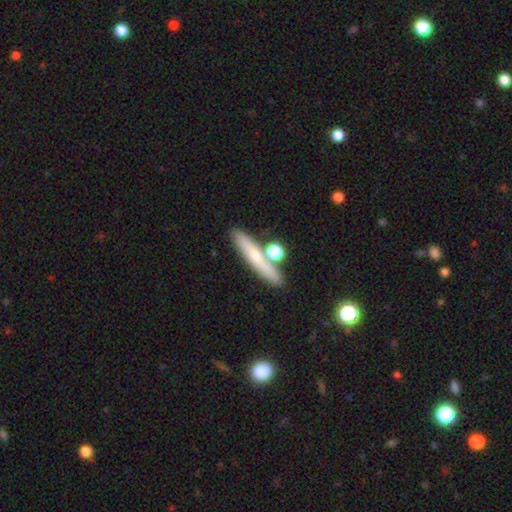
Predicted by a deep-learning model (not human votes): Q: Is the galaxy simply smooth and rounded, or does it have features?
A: smooth — 59%.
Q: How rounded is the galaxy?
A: cigar-shaped — 79%.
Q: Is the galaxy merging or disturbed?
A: none — 71%.